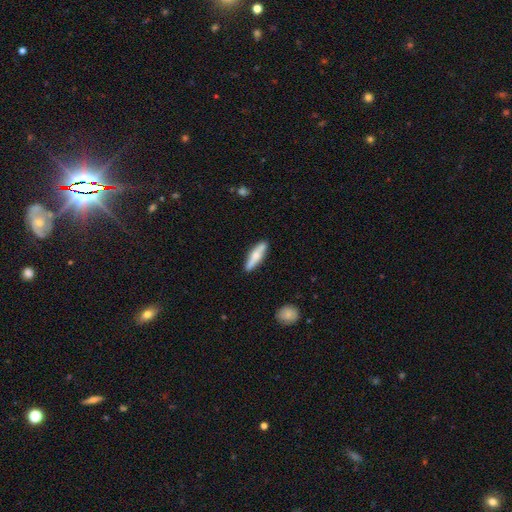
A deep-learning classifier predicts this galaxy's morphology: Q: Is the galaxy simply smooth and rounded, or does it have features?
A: smooth — 58%.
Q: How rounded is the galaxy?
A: cigar-shaped — 76%.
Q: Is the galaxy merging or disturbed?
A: none — 87%.